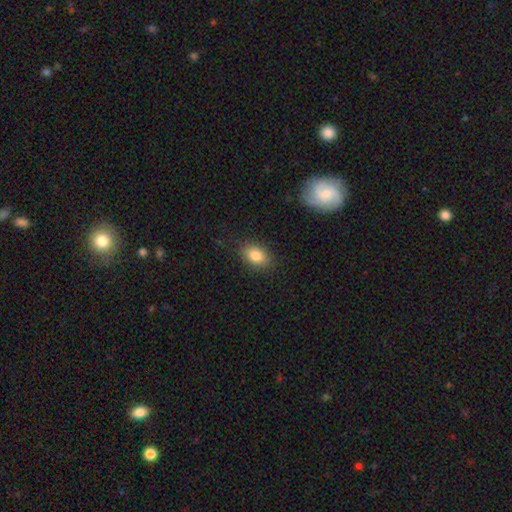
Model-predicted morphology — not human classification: smooth 83%, star or artifact 9%, featured or disk 8%. Down the decision tree: how rounded — in between (82%); merging — none (85%).